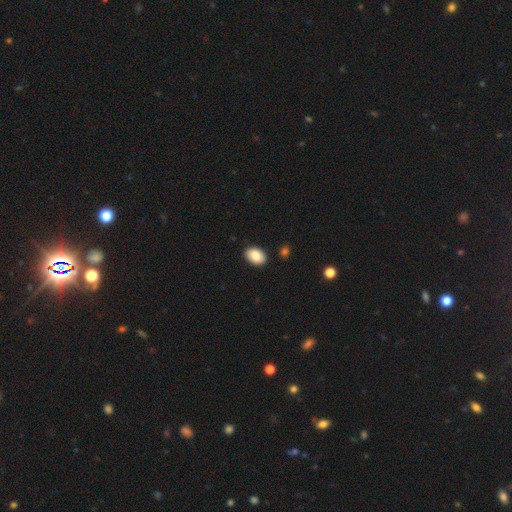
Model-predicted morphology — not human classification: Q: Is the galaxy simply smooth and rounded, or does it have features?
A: smooth — 87%.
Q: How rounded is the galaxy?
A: in between — 85%.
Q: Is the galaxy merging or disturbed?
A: none — 89%.